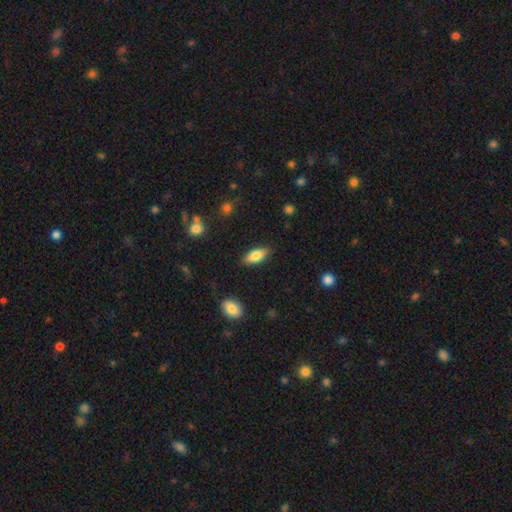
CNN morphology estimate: This is likely a smooth galaxy (80%). How rounded: clearly in between (81%). Merging: clearly none (85%).